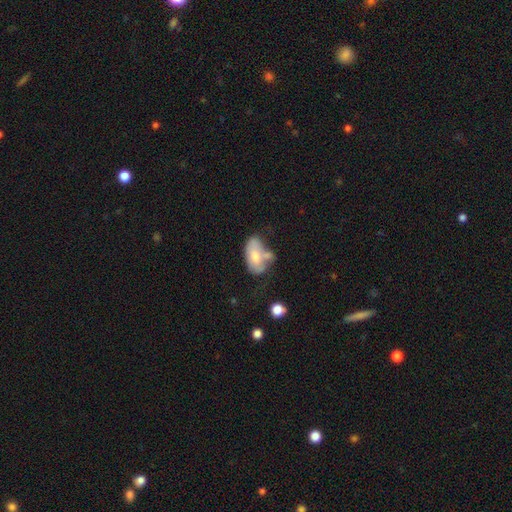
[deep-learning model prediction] smooth_or_featured: smooth (p=0.63) [alt: featured or disk p=0.30]
how_rounded: in between (p=0.92) [alt: round p=0.06]
merging: merger (p=0.35) [alt: none p=0.27]